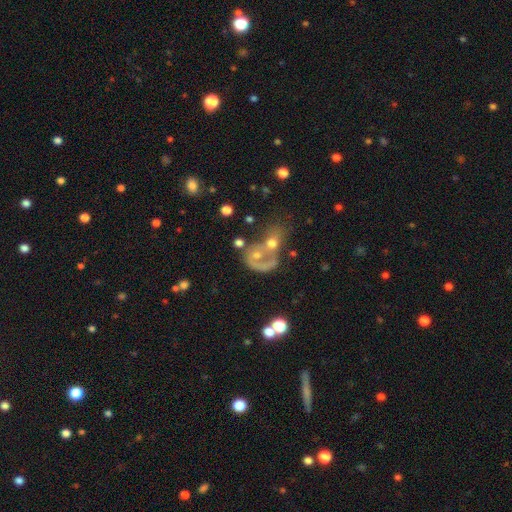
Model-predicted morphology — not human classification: A featured or disk galaxy (50%).

Vote fractions:
- Smooth or featured? featured or disk: 50% / smooth: 39% / star or artifact: 11%
- Merging? merger: 57% / major disturbance: 20% / none: 15% / minor disturbance: 8%